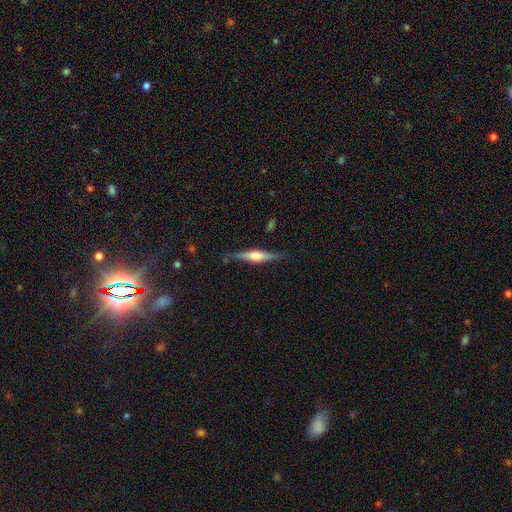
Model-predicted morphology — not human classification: Smooth or featured?
  - featured or disk: 63% *
  - smooth: 31%
  - star or artifact: 6%
Edge-on disk?
  - yes: 96% *
  - no: 4%
Edge-on bulge?
  - rounded: 81% *
  - boxy: 14%
  - none: 5%
Merging?
  - none: 83% *
  - minor disturbance: 12%
  - major disturbance: 3%
  - merger: 2%